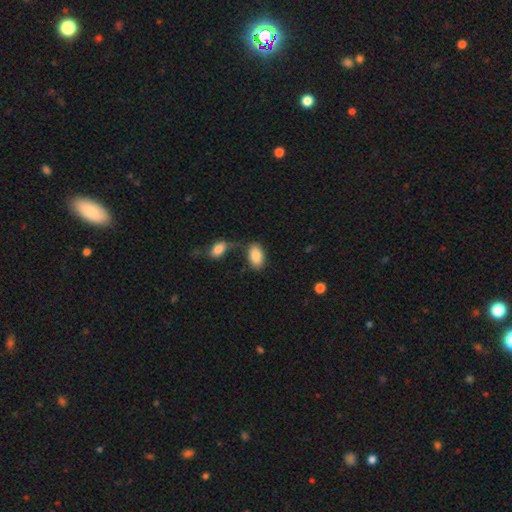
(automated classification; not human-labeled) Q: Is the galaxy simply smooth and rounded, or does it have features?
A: smooth — 85%.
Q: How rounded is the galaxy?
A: in between — 93%.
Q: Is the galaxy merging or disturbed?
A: none — 55%.